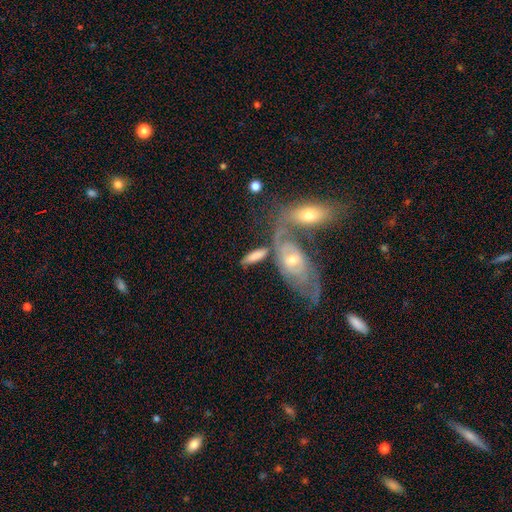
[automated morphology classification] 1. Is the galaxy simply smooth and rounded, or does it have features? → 59% smooth, 35% featured or disk, 7% star or artifact.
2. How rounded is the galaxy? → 67% in between, 29% cigar-shaped, 4% round.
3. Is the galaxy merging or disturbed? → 41% none, 33% merger, 16% minor disturbance, 10% major disturbance.